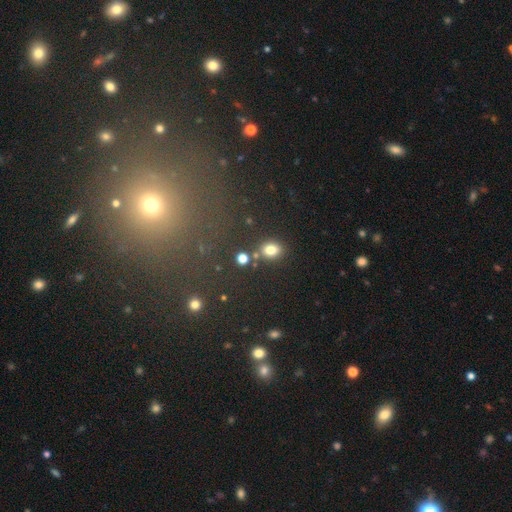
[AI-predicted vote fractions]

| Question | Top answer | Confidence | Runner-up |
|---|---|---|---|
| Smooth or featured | smooth | 70% | star or artifact (23%) |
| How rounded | round | 61% | in between (37%) |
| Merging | none | 85% | minor disturbance (7%) |